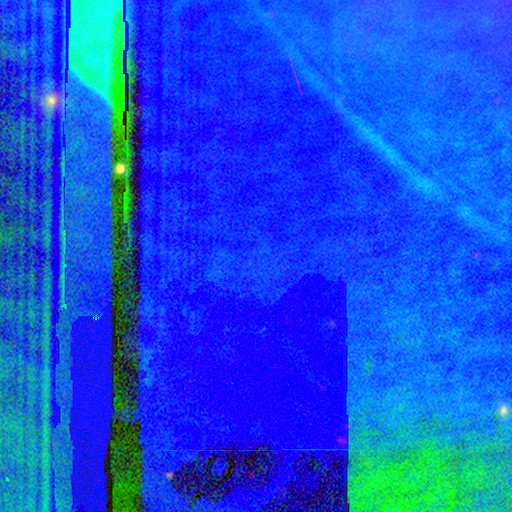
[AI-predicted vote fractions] Smooth or featured?
  - star or artifact: 87% *
  - featured or disk: 7%
  - smooth: 6%